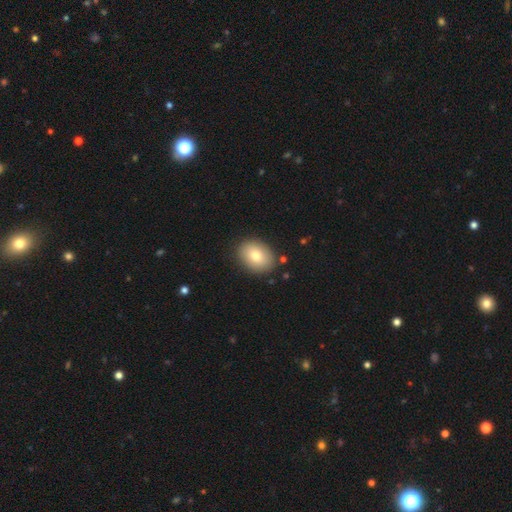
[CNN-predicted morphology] Smooth or featured?
  - smooth: 79% *
  - featured or disk: 14%
  - star or artifact: 8%
How rounded?
  - in between: 72% *
  - round: 27%
  - cigar-shaped: 1%
Merging?
  - none: 87% *
  - minor disturbance: 9%
  - major disturbance: 2%
  - merger: 2%